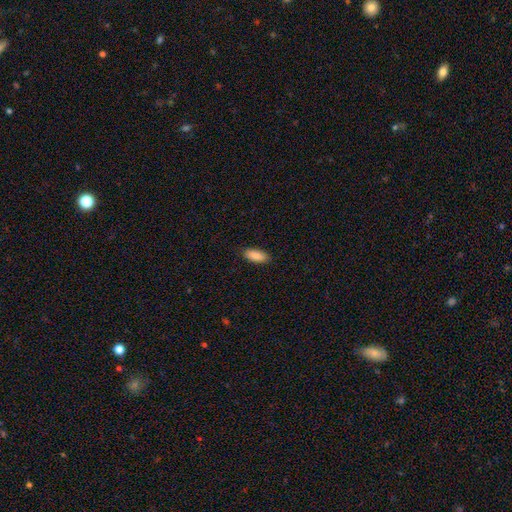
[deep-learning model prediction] Q: Smooth or featured?
A: smooth (89%); runner-up: star or artifact (6%)
Q: How rounded?
A: in between (79%); runner-up: cigar-shaped (19%)
Q: Merging?
A: none (89%); runner-up: minor disturbance (8%)